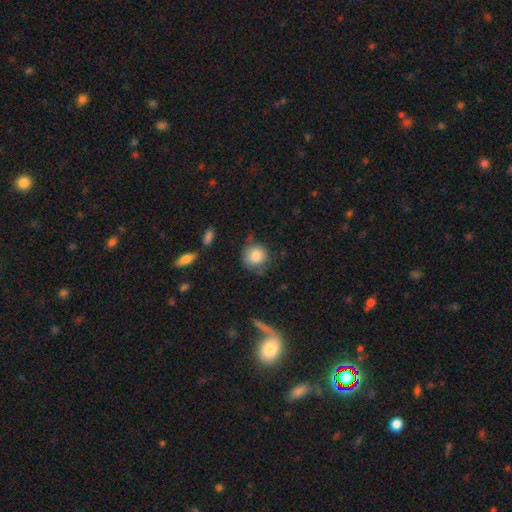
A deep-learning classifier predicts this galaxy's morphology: The model was most divided on "merging": none: 71%, minor disturbance: 20%, major disturbance: 5%, merger: 3%. More confident: how rounded — round (87%); smooth or featured — smooth (84%).